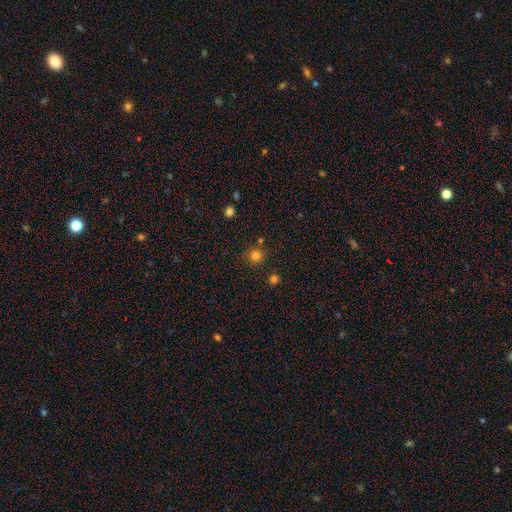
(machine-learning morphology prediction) A smooth galaxy with no disk features (79%) that is round (94%). Merging: none (81%).